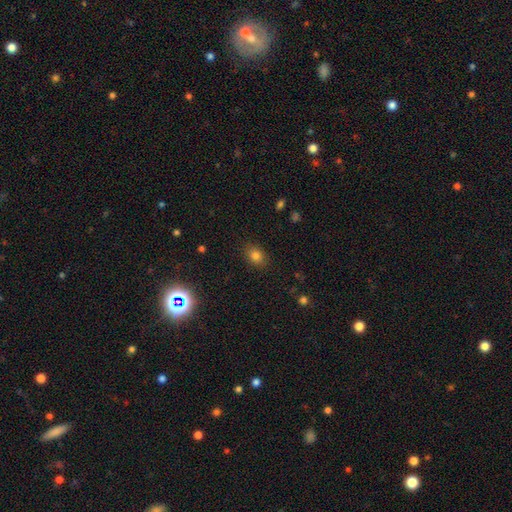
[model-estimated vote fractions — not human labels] Morphology: type=smooth (80%); roundness=in between (65%); merging=none (87%).